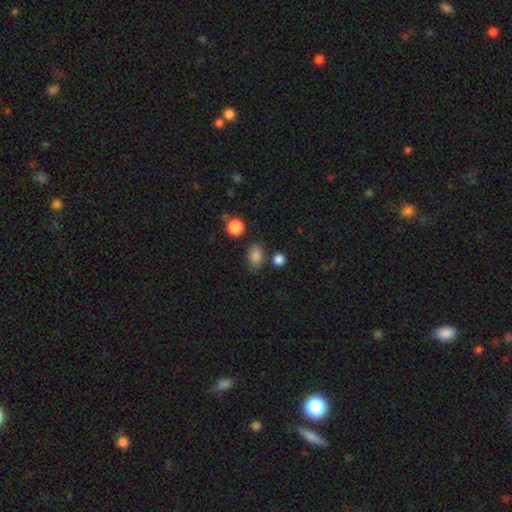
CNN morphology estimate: smooth_or_featured: smooth (p=0.84) [alt: star or artifact p=0.12]
how_rounded: in between (p=0.74) [alt: round p=0.24]
merging: none (p=0.75) [alt: minor disturbance p=0.15]